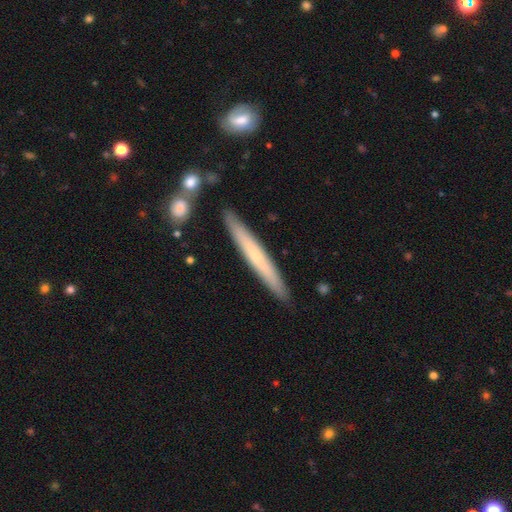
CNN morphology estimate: A smooth galaxy with no disk features (51%) that is cigar-shaped (96%). Merging: none (90%).